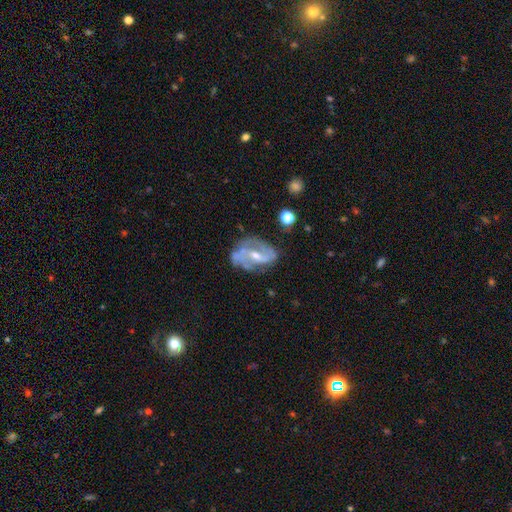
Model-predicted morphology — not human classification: type=featured or disk (82%); edge-on=no (96%); bar=weak (42%); spiral arms=yes (89%); winding=medium (45%); arm count=2 (73%); bulge=small (52%); merging=none (56%).